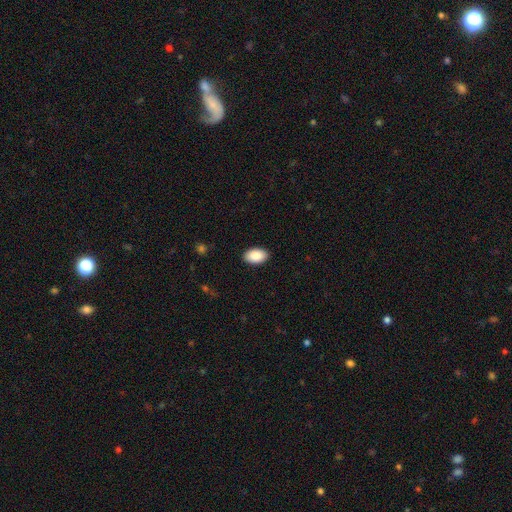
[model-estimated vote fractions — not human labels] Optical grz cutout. It shows a smooth galaxy with no disk features (90%) that is in between round and cigar-shaped (94%). Merging: none (90%).